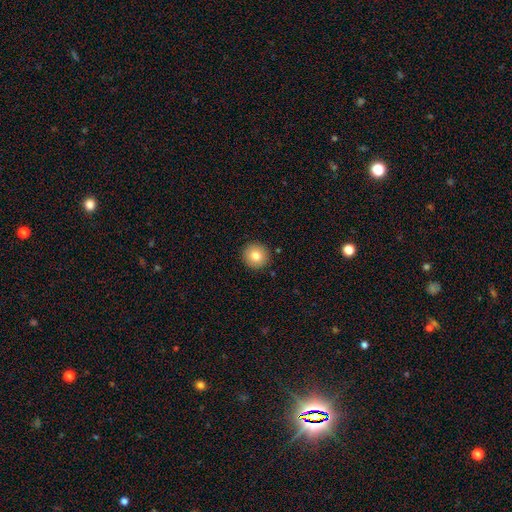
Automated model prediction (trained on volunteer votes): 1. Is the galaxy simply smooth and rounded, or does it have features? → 80% smooth, 11% featured or disk, 9% star or artifact.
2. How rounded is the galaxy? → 95% round, 4% in between, 1% cigar-shaped.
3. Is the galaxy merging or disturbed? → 92% none, 5% minor disturbance, 2% major disturbance, 1% merger.